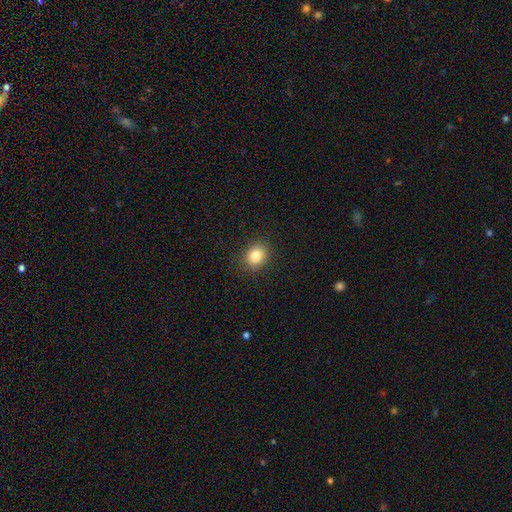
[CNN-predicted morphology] Overall: smooth (82%). How rounded: round (62%; in between 37%). Merging: none (90%).